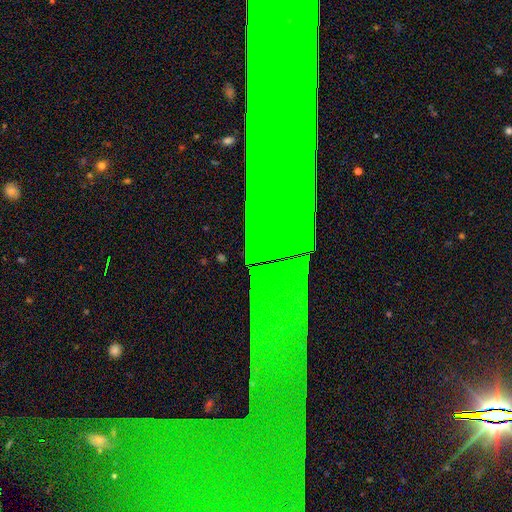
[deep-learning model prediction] Smooth or featured? Predicted: star or artifact (p=0.80).